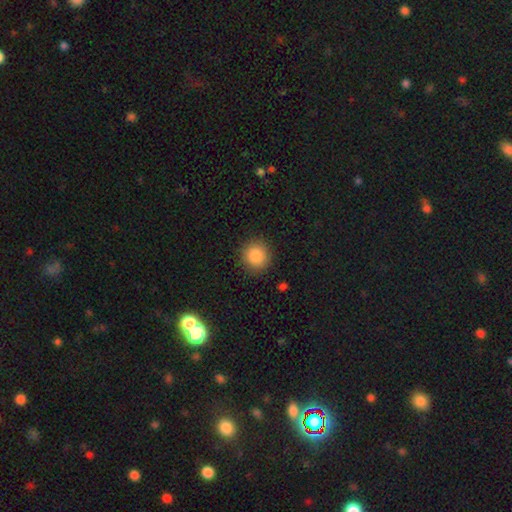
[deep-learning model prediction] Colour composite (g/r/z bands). It shows a smooth galaxy with no disk features (87%) that is round (92%). Merging: none (90%).